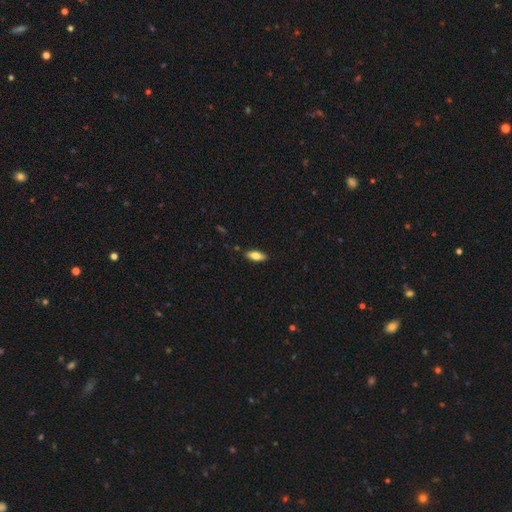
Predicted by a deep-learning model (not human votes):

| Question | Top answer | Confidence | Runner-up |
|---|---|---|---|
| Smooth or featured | smooth | 78% | featured or disk (16%) |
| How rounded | in between | 79% | cigar-shaped (18%) |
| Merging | none | 87% | minor disturbance (10%) |